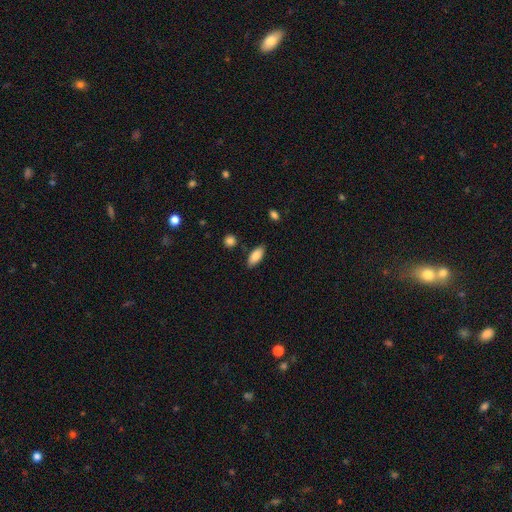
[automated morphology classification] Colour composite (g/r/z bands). It shows a smooth galaxy with no disk features (83%) that is in between round and cigar-shaped (85%). Merging: none (84%).